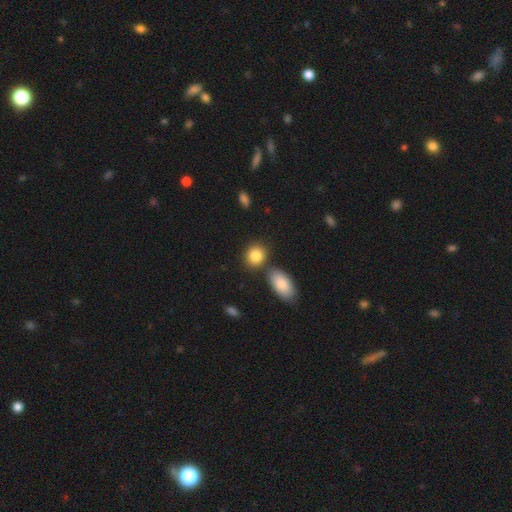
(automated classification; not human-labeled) Smooth or featured? smooth (85%)
How rounded? round (60%)
Merging? none (69%)